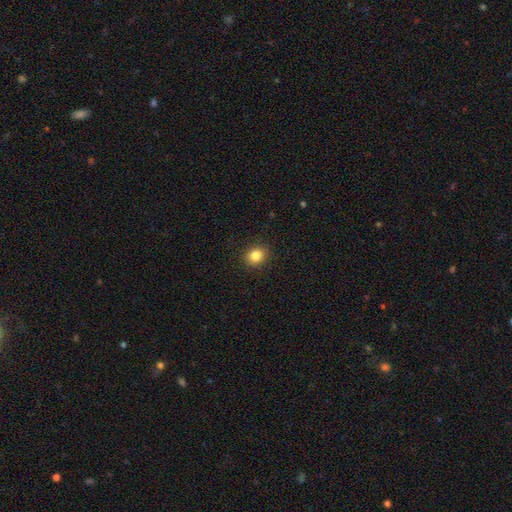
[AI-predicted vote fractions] smooth-or-featured: smooth: 84% | star or artifact: 11% | featured or disk: 5%
  how-rounded: round: 67% | in between: 32% | cigar-shaped: 1%
  merging: none: 91% | minor disturbance: 6% | major disturbance: 2% | merger: 1%